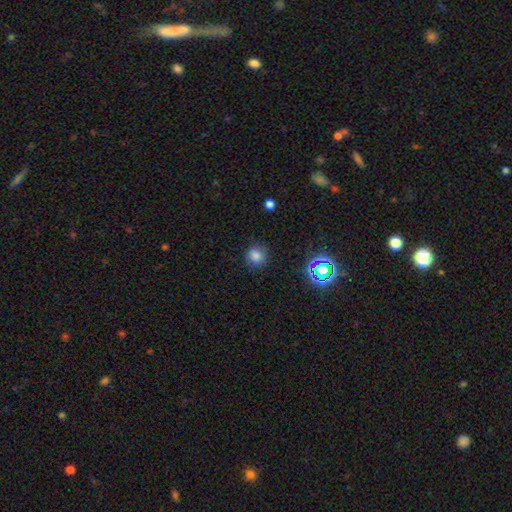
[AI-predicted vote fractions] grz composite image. It shows a smooth galaxy with no disk features (78%) that is round (90%). Merging: none (86%).